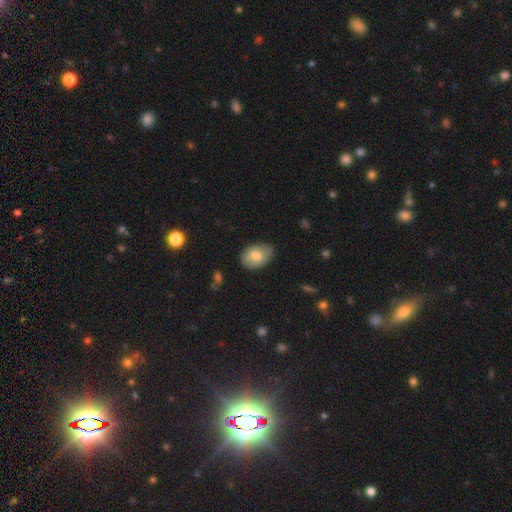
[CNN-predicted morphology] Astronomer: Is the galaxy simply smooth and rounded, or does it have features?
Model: smooth — 75%.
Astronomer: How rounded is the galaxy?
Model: in between — 86%.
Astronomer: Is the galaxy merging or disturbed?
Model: none — 79%.